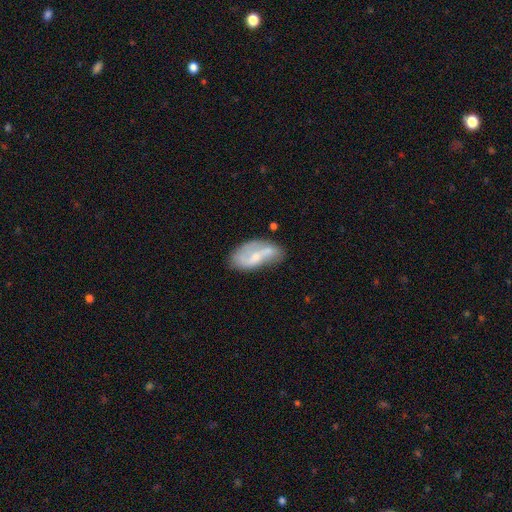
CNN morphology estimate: Smooth or featured: featured or disk — 60% (smooth — 33%)
Edge-on disk: no — 94% (yes — 6%)
Bar: no — 46% (weak — 40%)
Spiral arms: yes — 72% (no — 28%)
Bulge size: small — 47% (moderate — 38%)
Merging: none — 46% (minor disturbance — 28%)